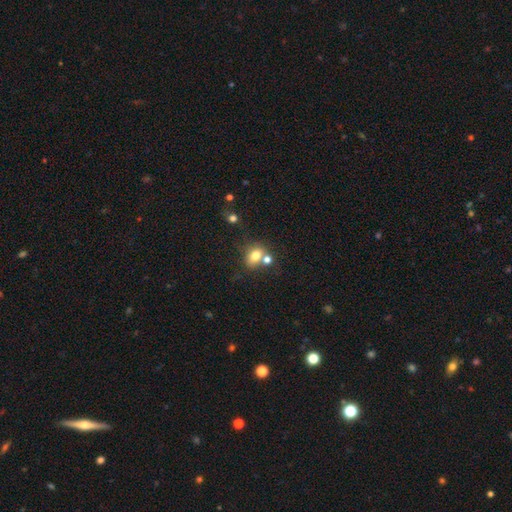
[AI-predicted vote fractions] Smooth or featured? Predicted: smooth (p=0.75). How rounded? Predicted: in between (p=0.50). Merging? Predicted: none (p=0.46).